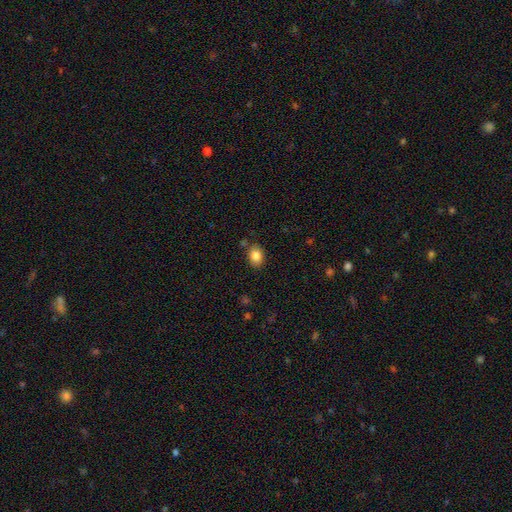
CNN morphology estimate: This appears to be a smooth galaxy with no disk features (85%) that is in between round and cigar-shaped (69%). Merging: none (80%).